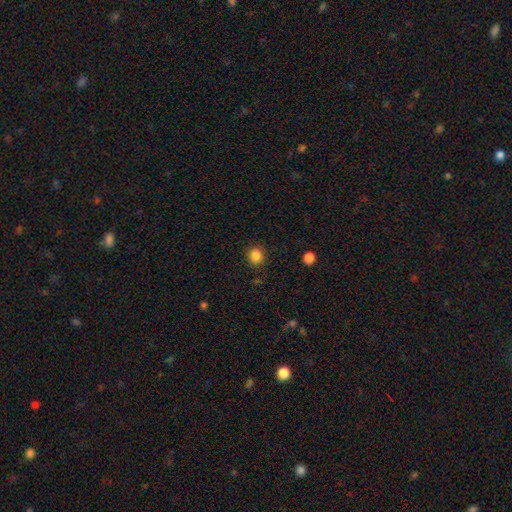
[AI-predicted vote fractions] A smooth galaxy with no disk features (85%) that is round (82%). Merging: none (88%).